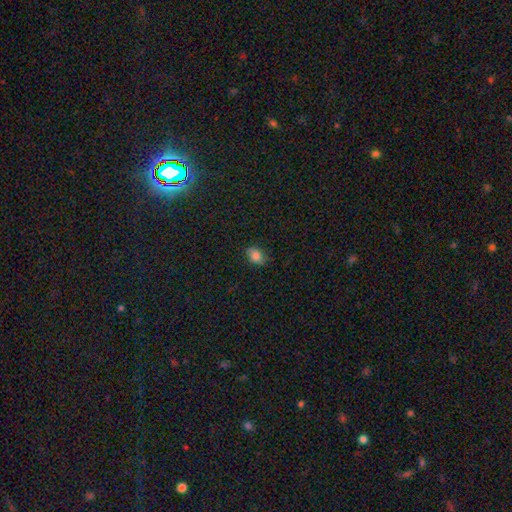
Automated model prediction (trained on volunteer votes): smooth 81%, star or artifact 10%, featured or disk 9%. Down the decision tree: how rounded — in between (77%); merging — none (73%).